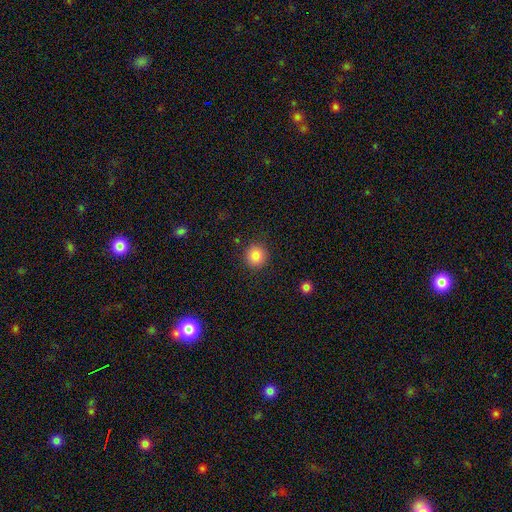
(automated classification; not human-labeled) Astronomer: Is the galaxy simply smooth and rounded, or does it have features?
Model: smooth — 85%.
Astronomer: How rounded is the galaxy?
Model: round — 93%.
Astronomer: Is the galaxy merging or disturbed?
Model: none — 90%.